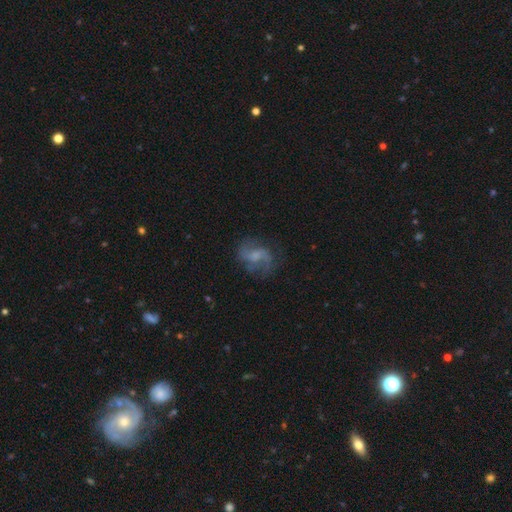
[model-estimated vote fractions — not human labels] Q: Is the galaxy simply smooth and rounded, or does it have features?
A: featured or disk — 73%.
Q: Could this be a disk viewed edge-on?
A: no — 97%.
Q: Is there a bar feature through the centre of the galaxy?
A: weak — 47%.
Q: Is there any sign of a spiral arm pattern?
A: yes — 91%.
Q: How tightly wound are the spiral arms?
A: medium — 44%, tied with loose.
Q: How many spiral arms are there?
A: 2 — 81%.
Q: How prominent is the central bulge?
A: moderate — 33%.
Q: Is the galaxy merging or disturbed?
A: none — 70%.